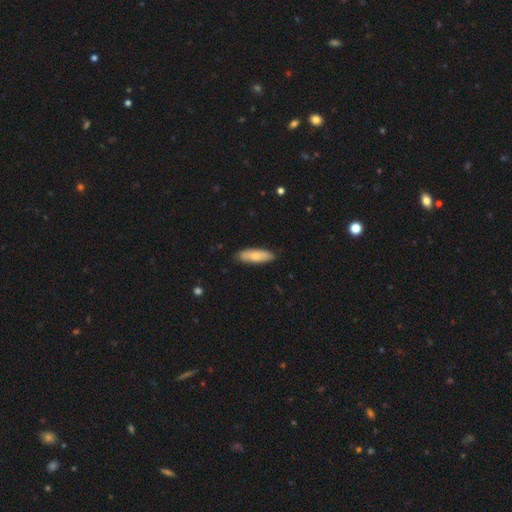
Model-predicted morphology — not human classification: type=smooth (77%); roundness=in between (55%); merging=none (86%).